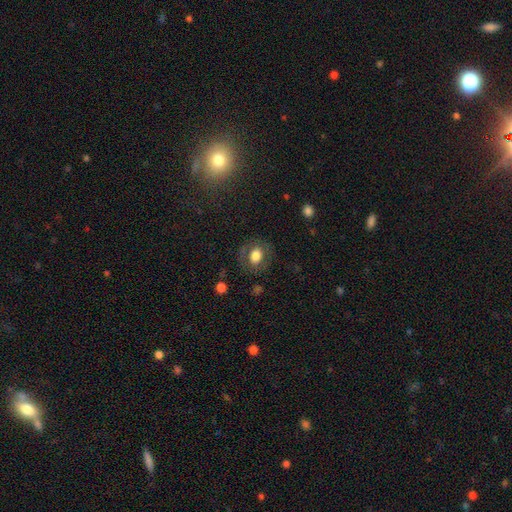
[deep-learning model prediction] This appears to be a smooth galaxy with no disk features (69%) that is round (53%). Merging: none (79%).